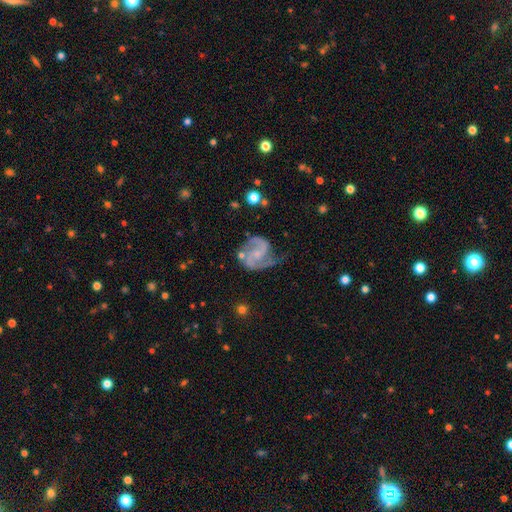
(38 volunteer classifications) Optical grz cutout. It shows a featured or disk galaxy (87%) with no bar (61%), 2 (94%) medium (79%) spiral arms (100%) and a small central bulge (52%). Merging: none (40%).